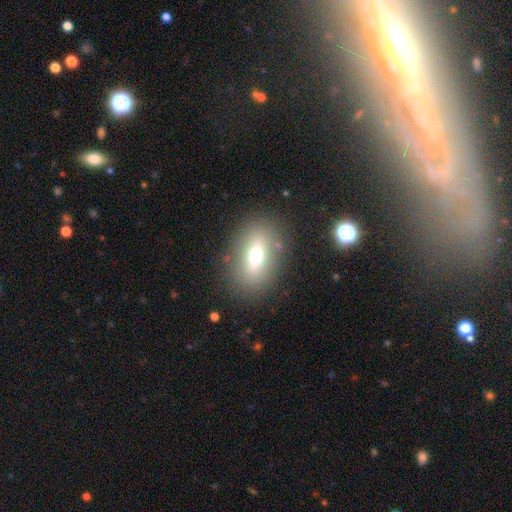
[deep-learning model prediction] Smooth or featured: smooth — 65% (featured or disk — 24%)
How rounded: in between — 81% (round — 12%)
Merging: none — 82% (minor disturbance — 10%)